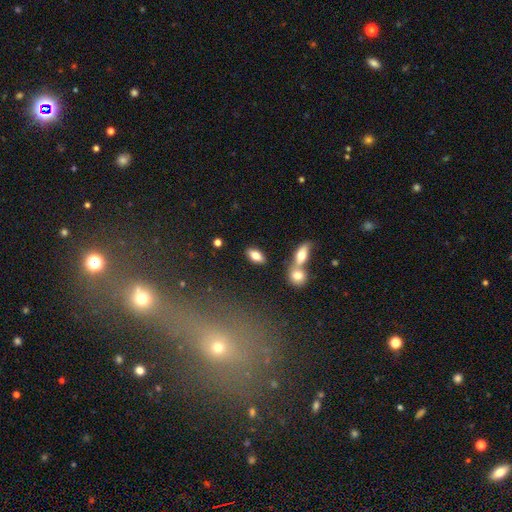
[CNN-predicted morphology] This is likely a smooth galaxy (77%). How rounded: clearly in between (88%). Merging: likely none (79%).